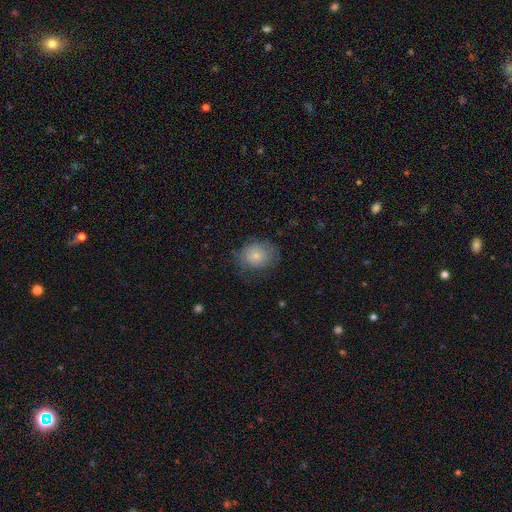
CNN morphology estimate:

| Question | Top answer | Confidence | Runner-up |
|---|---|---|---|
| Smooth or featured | smooth | 77% | featured or disk (14%) |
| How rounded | round | 66% | in between (33%) |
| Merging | none | 65% | minor disturbance (22%) |